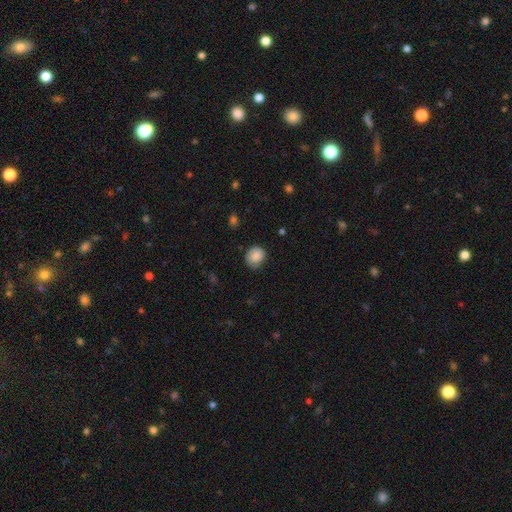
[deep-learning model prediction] Overall: smooth (87%). How rounded: round (73%). Merging: none (70%).